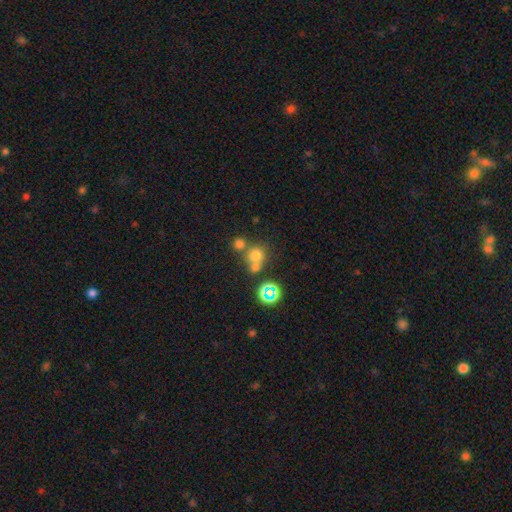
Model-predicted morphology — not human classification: Overall: smooth (67%). How rounded: round (87%). Merging: none (54%; merger 34%).